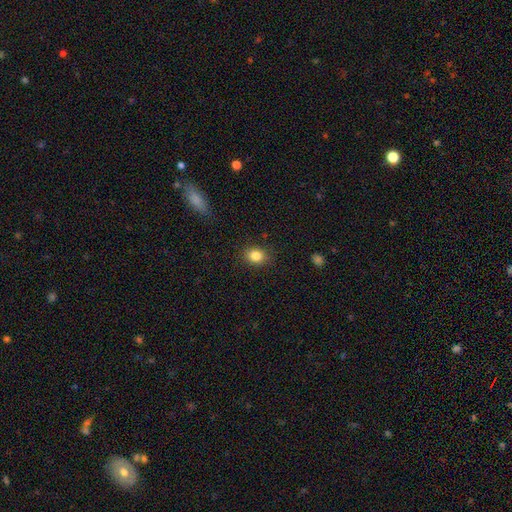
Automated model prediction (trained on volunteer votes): Smooth or featured? Predicted: smooth (p=0.85). How rounded? Predicted: round (p=0.51). Merging? Predicted: none (p=0.87).